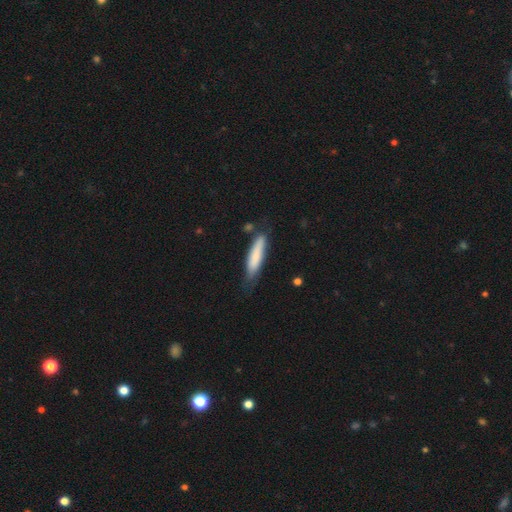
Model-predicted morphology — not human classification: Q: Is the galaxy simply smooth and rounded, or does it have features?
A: smooth — 77%.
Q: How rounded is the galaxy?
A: cigar-shaped — 79%.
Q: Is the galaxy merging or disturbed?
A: none — 63%.